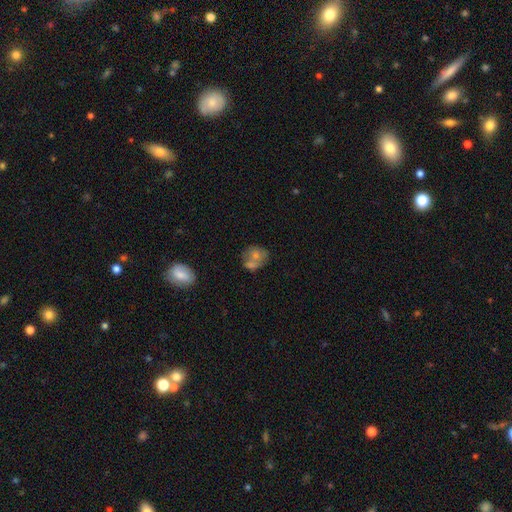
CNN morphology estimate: type=smooth (56%); roundness=round (62%); merging=none (42%).